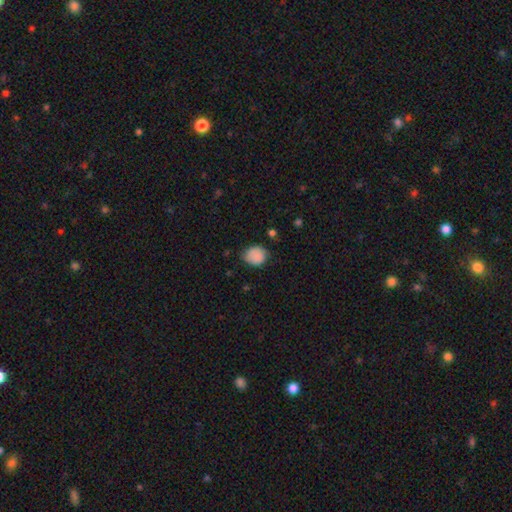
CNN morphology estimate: A smooth galaxy with no disk features (85%) that is round (62%).

Vote fractions:
- Smooth or featured? smooth: 85% / star or artifact: 8% / featured or disk: 7%
- How rounded? round: 62% / in between: 37% / cigar-shaped: 1%
- Merging? none: 64% / minor disturbance: 29% / major disturbance: 5% / merger: 2%